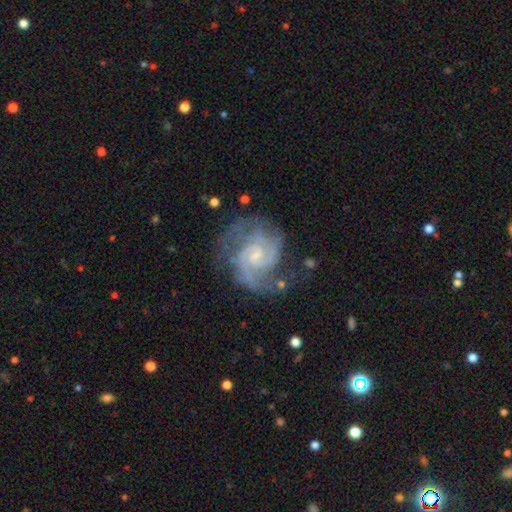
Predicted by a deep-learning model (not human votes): Smooth or featured? featured or disk (90%)
Edge-on disk? no (98%)
Bar? no (50%)
Spiral arms? yes (98%)
Spiral winding? tight (51%)
Spiral arm count? 2 (63%)
Bulge size? small (63%)
Merging? none (66%)